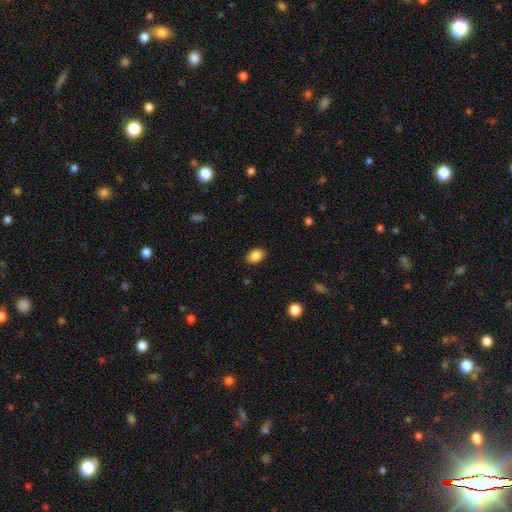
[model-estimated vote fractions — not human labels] Q: Smooth or featured?
A: smooth (87%); runner-up: star or artifact (8%)
Q: How rounded?
A: in between (83%); runner-up: round (16%)
Q: Merging?
A: none (88%); runner-up: minor disturbance (9%)